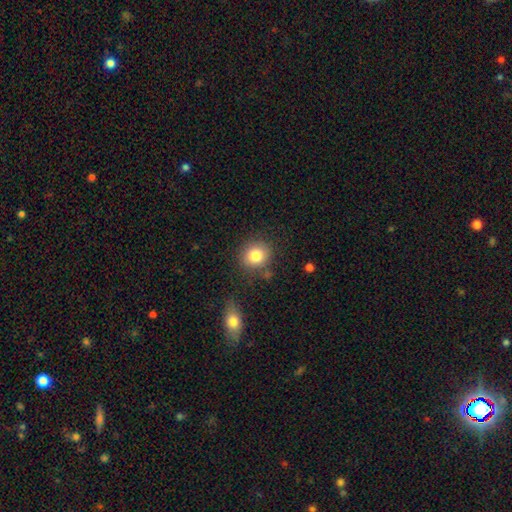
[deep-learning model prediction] A smooth galaxy with no disk features (82%) that is round (81%). Merging: none (81%).